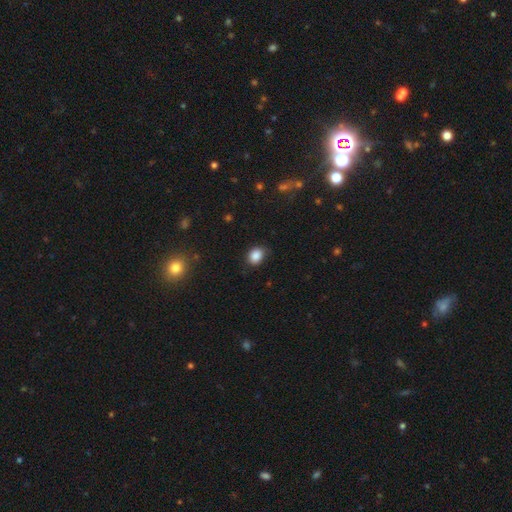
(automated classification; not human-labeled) A smooth galaxy with no disk features (86%) that is in between round and cigar-shaped (56%).

Vote fractions:
- Smooth or featured? smooth: 86% / star or artifact: 10% / featured or disk: 4%
- How rounded? in between: 56% / round: 43% / cigar-shaped: 1%
- Merging? none: 77% / minor disturbance: 18% / major disturbance: 4% / merger: 1%